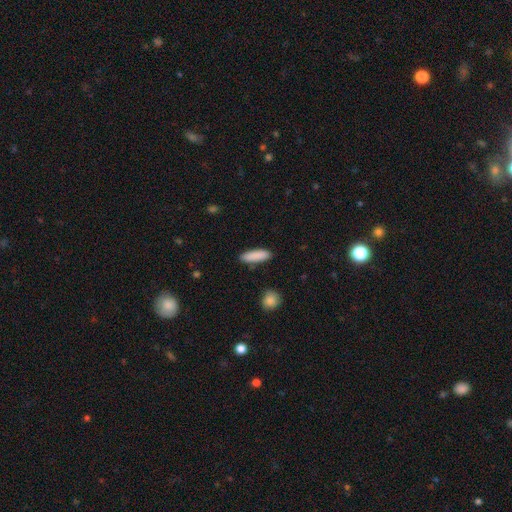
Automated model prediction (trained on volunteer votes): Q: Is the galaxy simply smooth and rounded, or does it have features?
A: smooth — 88%.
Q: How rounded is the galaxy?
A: cigar-shaped — 57%.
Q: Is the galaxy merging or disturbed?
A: none — 88%.